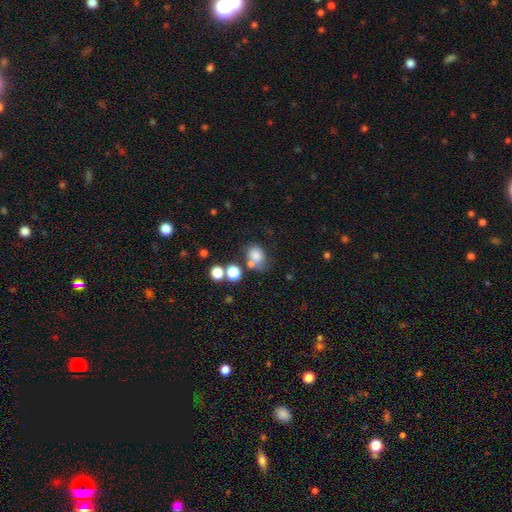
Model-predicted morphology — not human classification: smooth-or-featured: smooth: 77% | star or artifact: 13% | featured or disk: 10%
  how-rounded: round: 56% | in between: 43% | cigar-shaped: 1%
  merging: none: 51% | merger: 23% | minor disturbance: 18% | major disturbance: 9%